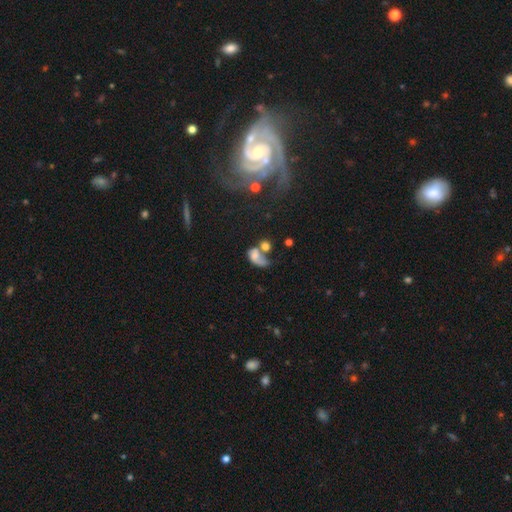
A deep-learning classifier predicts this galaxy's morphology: A smooth galaxy with no disk features (57%) that is in between round and cigar-shaped (78%). Merging: merger (46%).